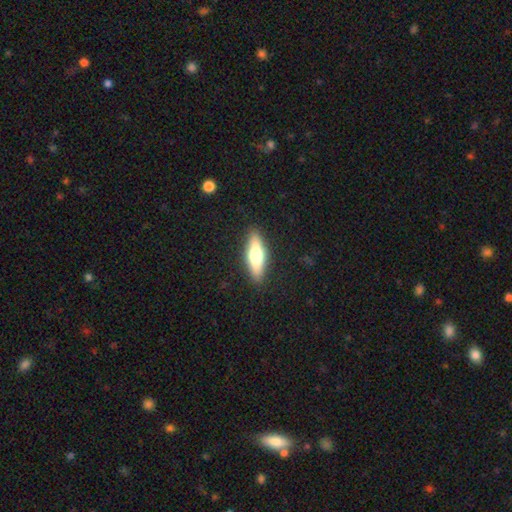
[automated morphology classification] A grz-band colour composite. It shows a smooth galaxy with no disk features (53%) that is cigar-shaped (56%). Merging: none (89%).